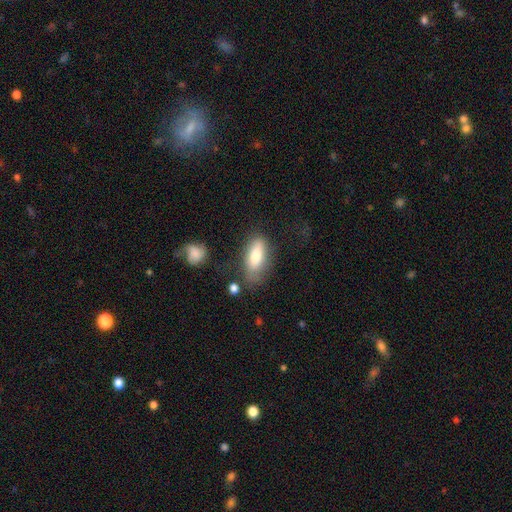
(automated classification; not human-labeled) smooth 76%, featured or disk 17%, star or artifact 7%. Down the decision tree: how rounded — in between (77%); merging — none (61%).